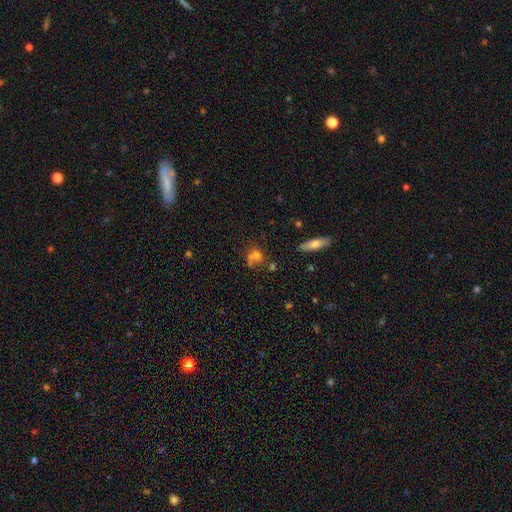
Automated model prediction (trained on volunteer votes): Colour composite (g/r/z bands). It shows a smooth galaxy with no disk features (64%) that is round (61%). Merging: none (41%).